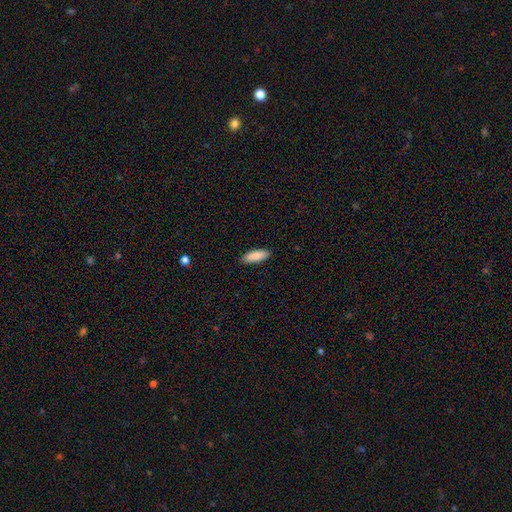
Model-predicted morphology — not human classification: Smooth or featured? Predicted: smooth (p=0.89). How rounded? Predicted: in between (p=0.71). Merging? Predicted: none (p=0.89).